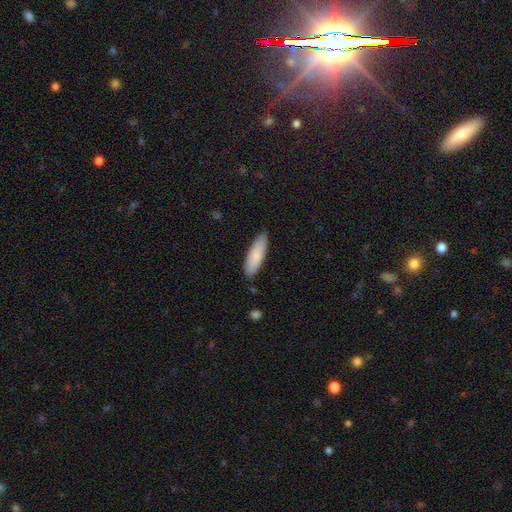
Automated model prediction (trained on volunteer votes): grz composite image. It shows a smooth galaxy with no disk features (85%) that is in between round and cigar-shaped (51%). Merging: none (83%).